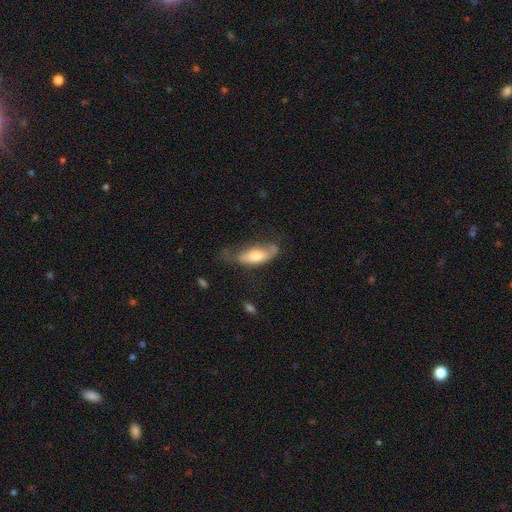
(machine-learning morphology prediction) A smooth galaxy with no disk features (61%) that is in between round and cigar-shaped (71%). Merging: none (42%).